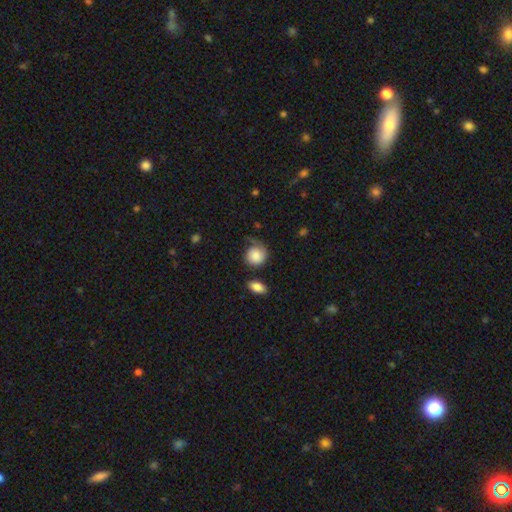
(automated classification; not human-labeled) Morphology: type=smooth (76%); roundness=round (80%); merging=none (44%).